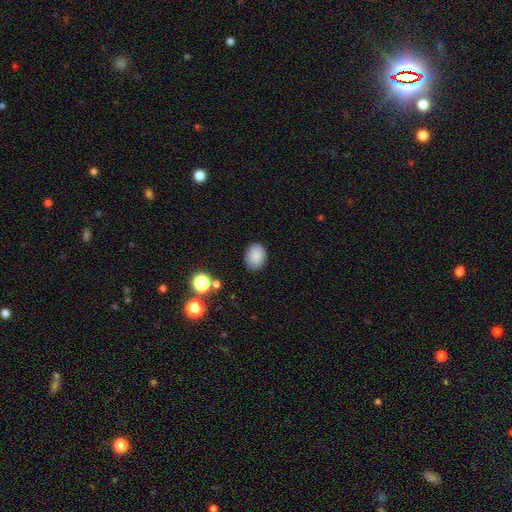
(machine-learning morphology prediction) A smooth galaxy with no disk features (86%) that is in between round and cigar-shaped (52%).

Vote fractions:
- Smooth or featured? smooth: 86% / star or artifact: 9% / featured or disk: 5%
- How rounded? in between: 52% / round: 47% / cigar-shaped: 1%
- Merging? none: 85% / minor disturbance: 11% / major disturbance: 3% / merger: 2%